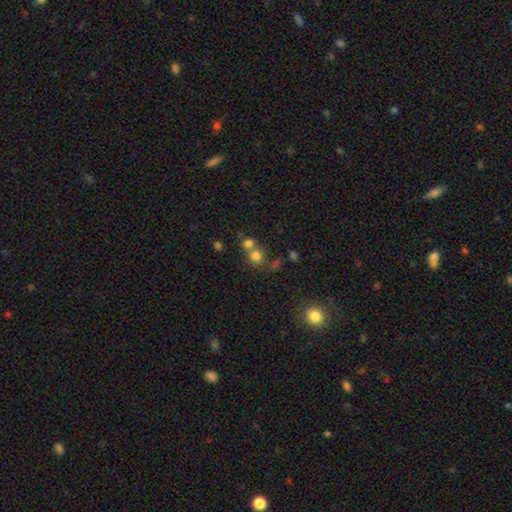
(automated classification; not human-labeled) This appears to be a smooth galaxy with no disk features (74%) that is round (85%). Merging: none (48%).